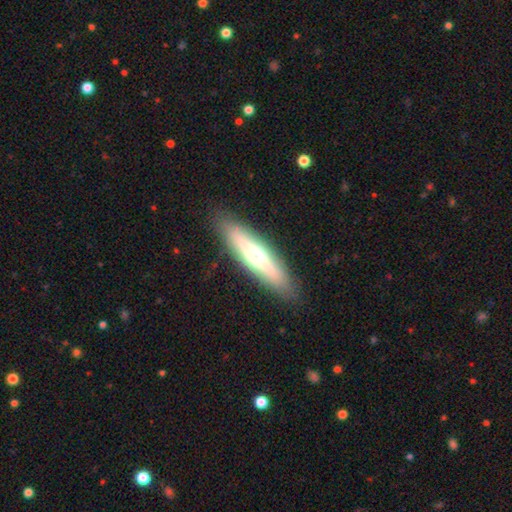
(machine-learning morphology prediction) Smooth or featured? featured or disk (47%, tied with smooth)
Merging? none (89%)